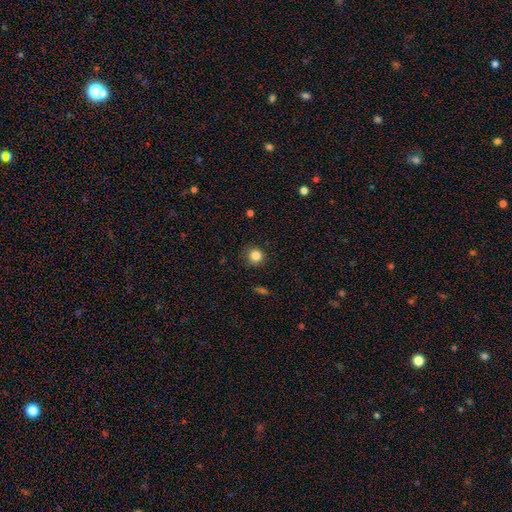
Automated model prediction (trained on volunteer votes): Smooth or featured?
  - smooth: 84% *
  - star or artifact: 11%
  - featured or disk: 5%
How rounded?
  - round: 92% *
  - in between: 7%
  - cigar-shaped: 1%
Merging?
  - none: 84% *
  - minor disturbance: 12%
  - major disturbance: 3%
  - merger: 1%